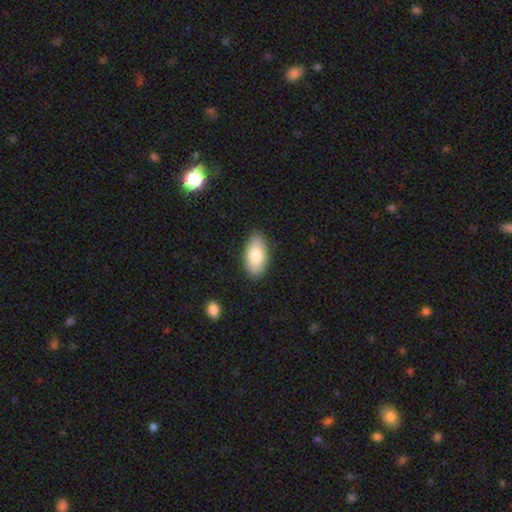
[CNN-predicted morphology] Q: Smooth or featured?
A: smooth (79%); runner-up: featured or disk (14%)
Q: How rounded?
A: in between (94%); runner-up: round (3%)
Q: Merging?
A: none (88%); runner-up: minor disturbance (9%)